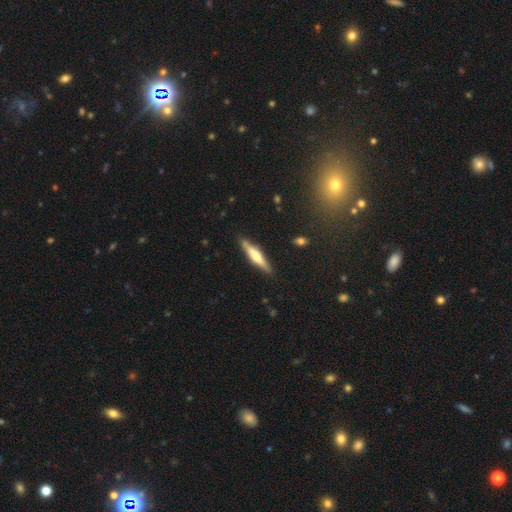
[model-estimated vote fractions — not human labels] featured or disk 52%, smooth 42%, star or artifact 6%. Down the decision tree: edge-on disk — yes (96%); merging — none (87%).